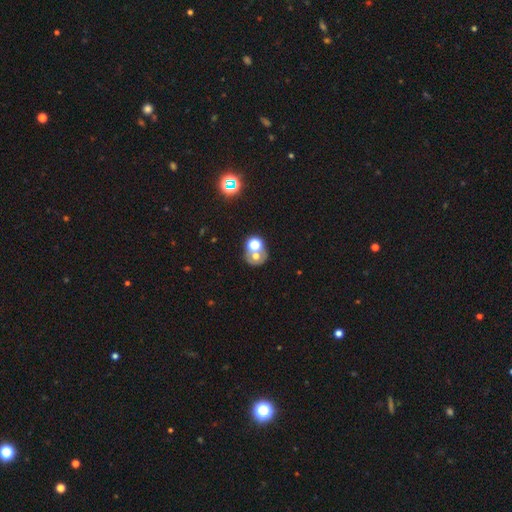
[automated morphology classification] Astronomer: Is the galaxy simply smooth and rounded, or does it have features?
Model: smooth — 51% (runner-up: featured or disk, 27%).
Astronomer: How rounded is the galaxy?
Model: round — 71%.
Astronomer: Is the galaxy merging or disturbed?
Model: none — 42% (runner-up: merger, 41%).